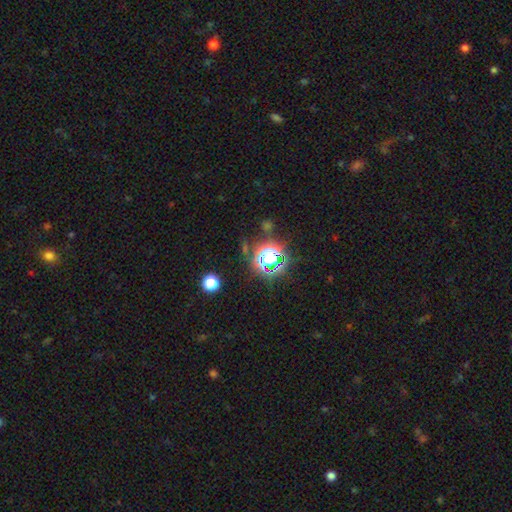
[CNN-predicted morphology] Smooth or featured? Predicted: star or artifact (p=0.80).